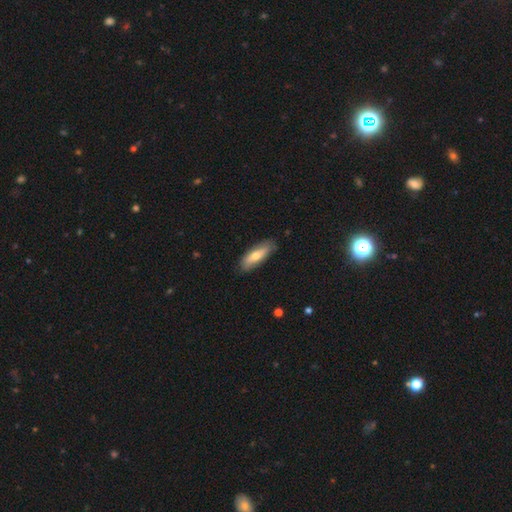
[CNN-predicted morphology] The model was most divided on "how rounded": in between: 55%, cigar-shaped: 43%, round: 2%. More confident: merging — none (83%); smooth or featured — smooth (65%).